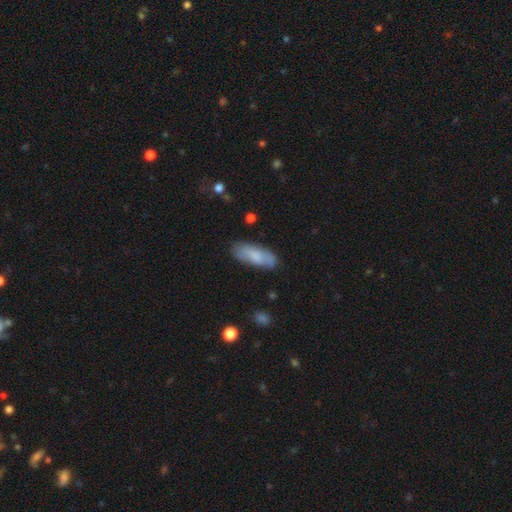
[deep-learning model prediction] Morphology: type=smooth (74%); roundness=in between (70%); merging=none (78%).